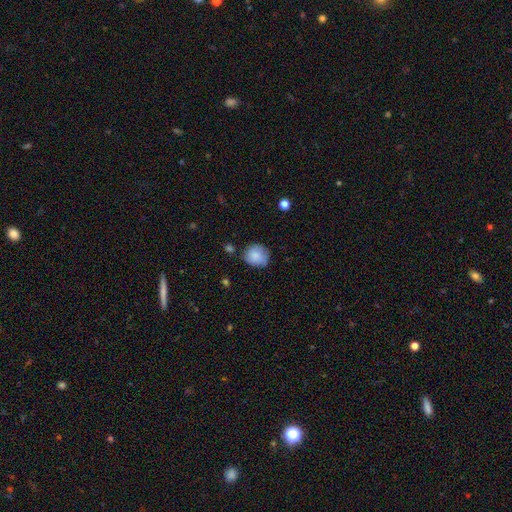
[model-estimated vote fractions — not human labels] Smooth or featured? smooth (84%)
How rounded? round (81%)
Merging? none (67%)